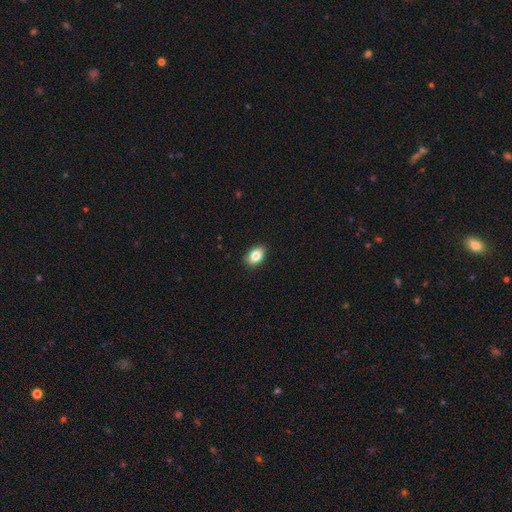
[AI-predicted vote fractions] A smooth galaxy with no disk features (84%) that is in between round and cigar-shaped (84%).

Vote fractions:
- Smooth or featured? smooth: 84% / star or artifact: 8% / featured or disk: 8%
- How rounded? in between: 84% / round: 14% / cigar-shaped: 2%
- Merging? none: 87% / minor disturbance: 10% / major disturbance: 2% / merger: 1%